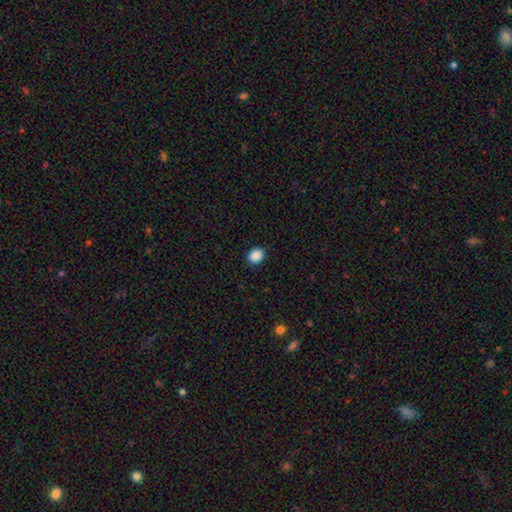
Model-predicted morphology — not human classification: This is clearly a smooth galaxy (89%). How rounded: possibly round (54%). Merging: clearly none (89%).